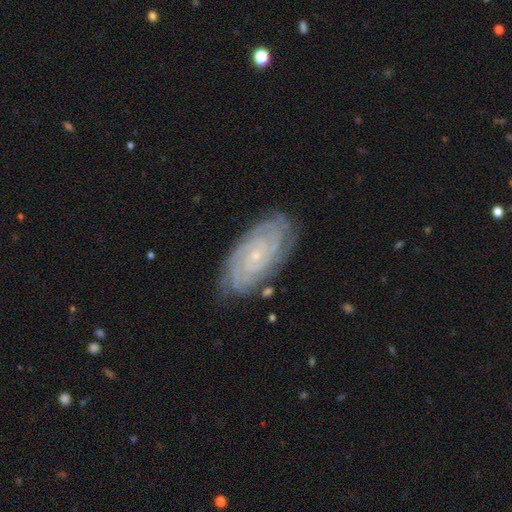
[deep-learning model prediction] Smooth or featured: featured or disk — 87% (smooth — 7%)
Edge-on disk: no — 96% (yes — 4%)
Bar: no — 73% (weak — 21%)
Spiral arms: yes — 98% (no — 2%)
Spiral winding: tight — 84% (medium — 14%)
Spiral arm count: can't tell — 24% (4 — 22%)
Bulge size: small — 86% (moderate — 10%)
Merging: none — 82% (minor disturbance — 14%)